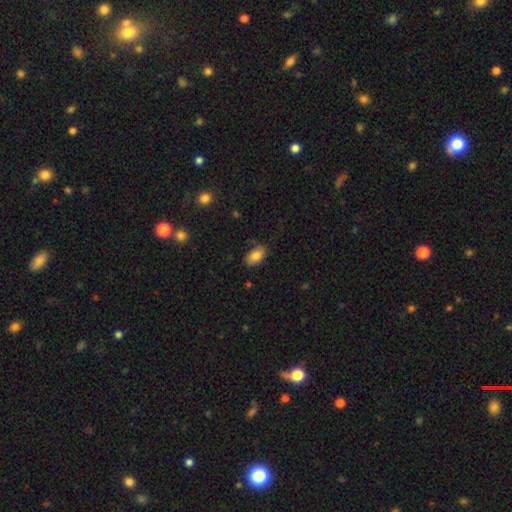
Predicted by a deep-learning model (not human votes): Q: Smooth or featured?
A: smooth (84%); runner-up: featured or disk (9%)
Q: How rounded?
A: in between (92%); runner-up: round (6%)
Q: Merging?
A: none (80%); runner-up: minor disturbance (15%)